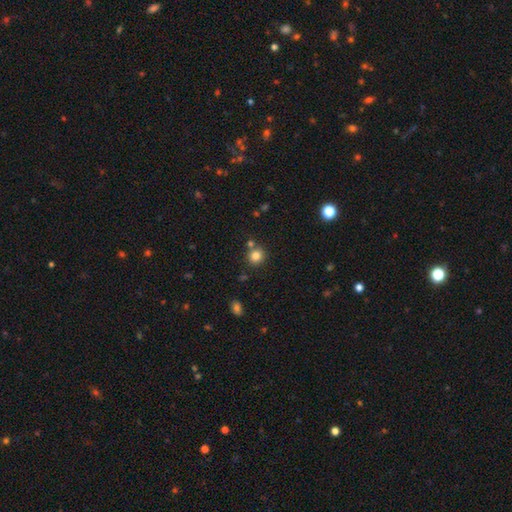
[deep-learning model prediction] Q: Smooth or featured?
A: smooth (82%); runner-up: star or artifact (12%)
Q: How rounded?
A: round (89%); runner-up: in between (10%)
Q: Merging?
A: none (75%); runner-up: merger (14%)